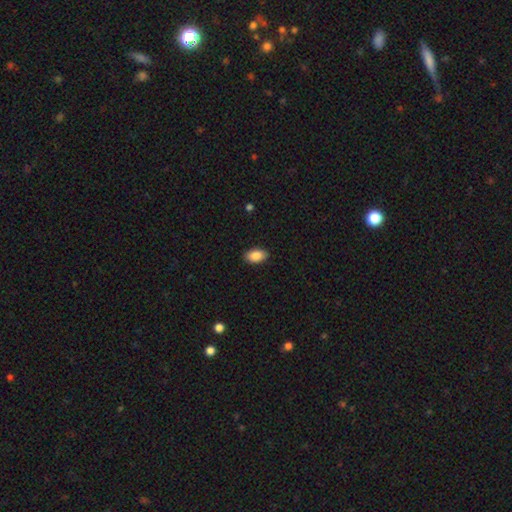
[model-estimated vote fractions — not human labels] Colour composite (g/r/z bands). It shows a smooth galaxy with no disk features (87%) that is in between round and cigar-shaped (93%). Merging: none (89%).